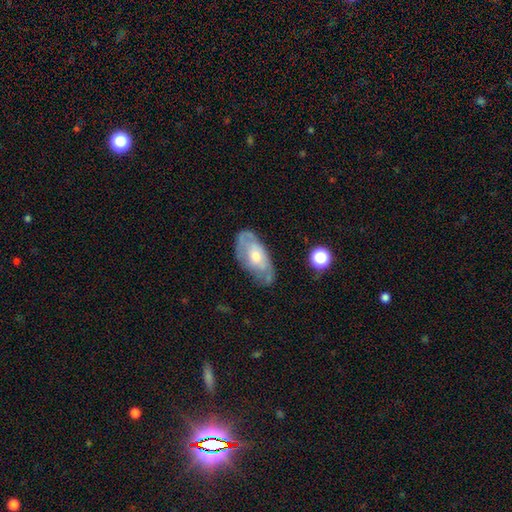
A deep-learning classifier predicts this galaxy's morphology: featured or disk 62%, smooth 31%, star or artifact 7%. Down the decision tree: edge-on disk — no (90%); bar — no (73%); spiral arms — yes (68%); bulge size — moderate (58%); merging — none (61%).